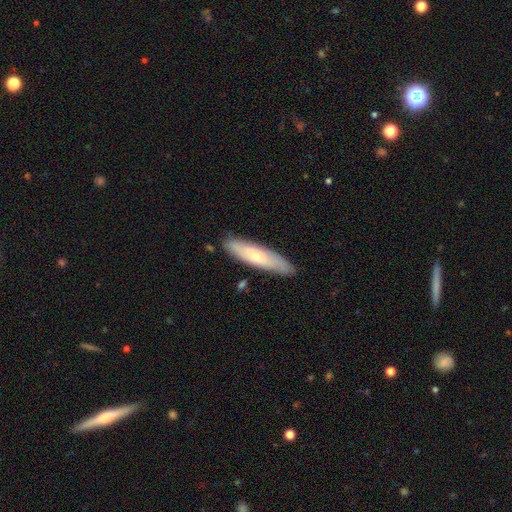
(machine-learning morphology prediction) A smooth galaxy with no disk features (58%) that is cigar-shaped (78%).

Vote fractions:
- Smooth or featured? smooth: 58% / featured or disk: 37% / star or artifact: 5%
- How rounded? cigar-shaped: 78% / in between: 21% / round: 2%
- Merging? none: 84% / minor disturbance: 12% / major disturbance: 2% / merger: 2%